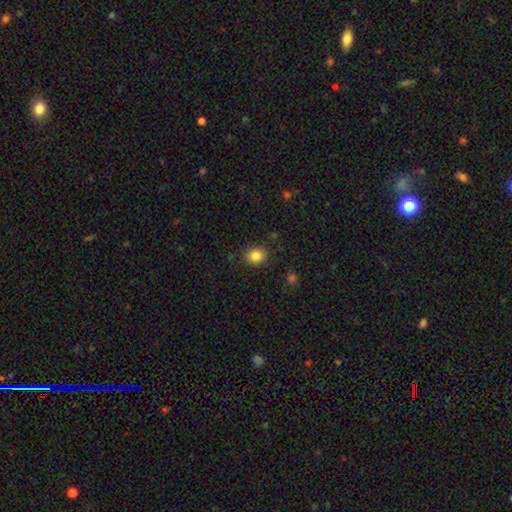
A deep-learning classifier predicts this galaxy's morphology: Smooth or featured? Predicted: smooth (p=0.85). How rounded? Predicted: round (p=0.68). Merging? Predicted: none (p=0.87).